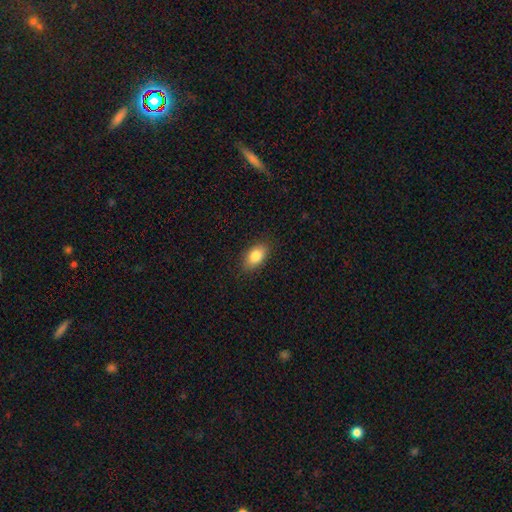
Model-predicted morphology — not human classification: Smooth or featured? Predicted: smooth (p=0.84). How rounded? Predicted: in between (p=0.90). Merging? Predicted: none (p=0.86).